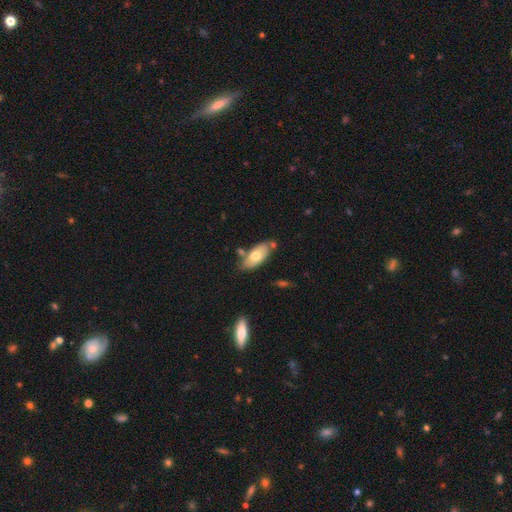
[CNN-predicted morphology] Smooth or featured? Predicted: smooth (p=0.66). How rounded? Predicted: in between (p=0.90). Merging? Predicted: none (p=0.70).